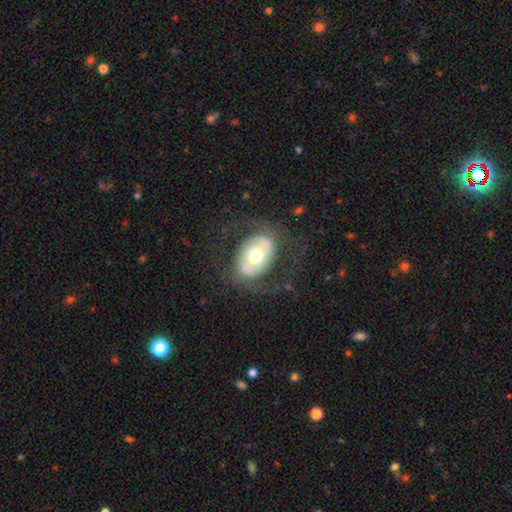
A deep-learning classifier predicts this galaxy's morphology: type=featured or disk (55%); edge-on=no (93%); bar=no (62%); spiral arms=no (60%); bulge=moderate (69%); merging=none (69%).